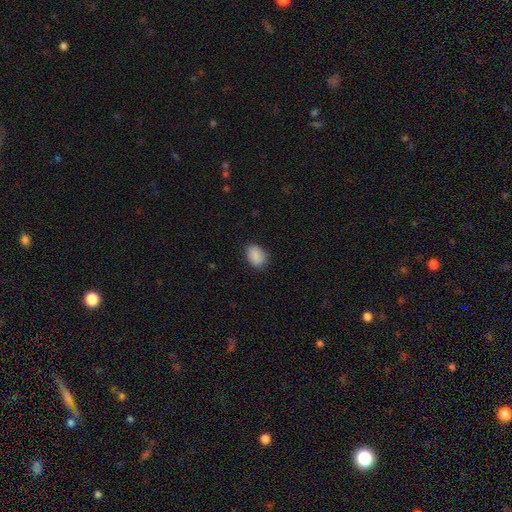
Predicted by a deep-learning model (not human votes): Q: Smooth or featured?
A: smooth (89%); runner-up: star or artifact (7%)
Q: How rounded?
A: in between (74%); runner-up: round (25%)
Q: Merging?
A: none (83%); runner-up: minor disturbance (13%)